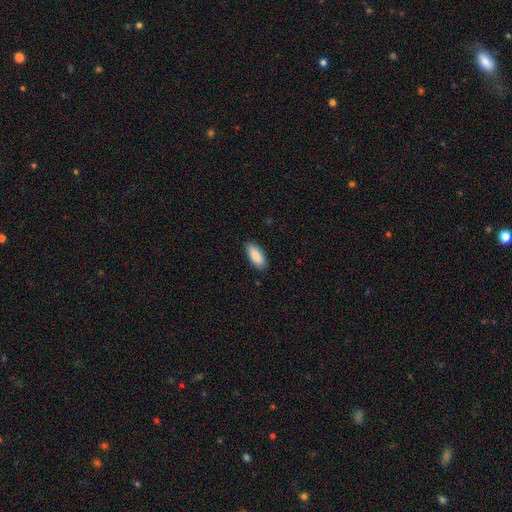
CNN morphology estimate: This is clearly a smooth galaxy (88%). How rounded: clearly in between (84%). Merging: clearly none (85%).